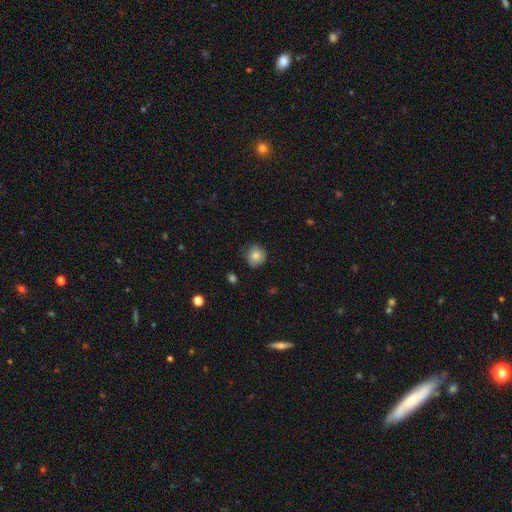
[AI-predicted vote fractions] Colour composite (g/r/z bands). It shows a smooth galaxy with no disk features (81%) that is round (88%). Merging: none (74%).